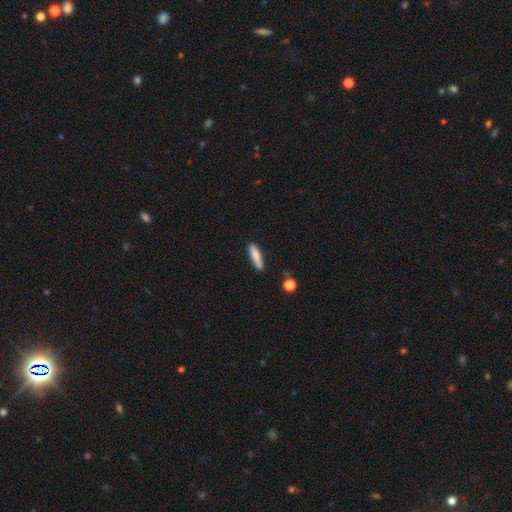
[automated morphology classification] Smooth or featured?
  - smooth: 82% *
  - featured or disk: 11%
  - star or artifact: 7%
How rounded?
  - cigar-shaped: 75% *
  - in between: 23%
  - round: 2%
Merging?
  - none: 79% *
  - minor disturbance: 15%
  - merger: 3%
  - major disturbance: 3%